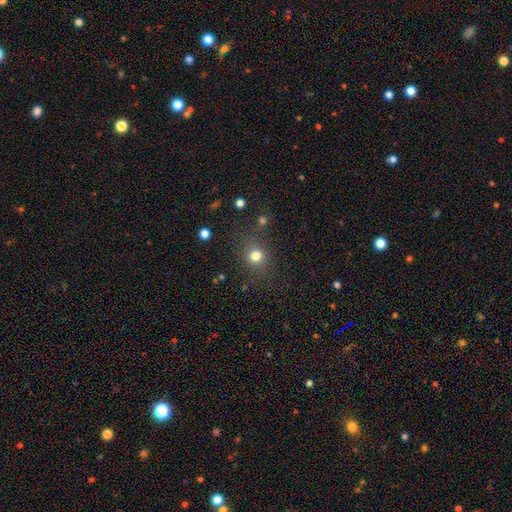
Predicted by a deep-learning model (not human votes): Smooth or featured?
  - smooth: 77% *
  - star or artifact: 16%
  - featured or disk: 7%
How rounded?
  - round: 82% *
  - in between: 17%
  - cigar-shaped: 1%
Merging?
  - none: 77% *
  - minor disturbance: 12%
  - major disturbance: 6%
  - merger: 5%